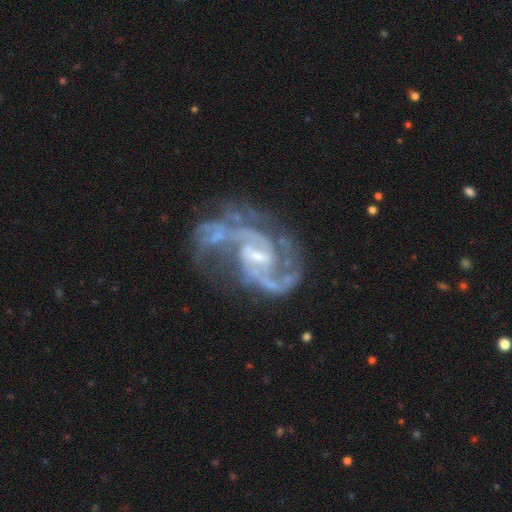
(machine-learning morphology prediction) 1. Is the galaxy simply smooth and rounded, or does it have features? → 90% featured or disk, 6% star or artifact, 3% smooth.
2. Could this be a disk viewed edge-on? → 98% no, 2% yes.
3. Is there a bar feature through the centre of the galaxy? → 55% weak, 23% strong, 22% no.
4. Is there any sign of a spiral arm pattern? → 97% yes, 3% no.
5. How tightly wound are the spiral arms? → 54% medium, 24% tight, 22% loose.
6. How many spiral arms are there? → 72% 2, 9% can't tell, 9% 3, 4% 1, 3% 4, 3% more than 4.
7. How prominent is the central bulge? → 60% small, 26% moderate, 11% none, 2% large, 1% dominant.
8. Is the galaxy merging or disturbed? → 38% none, 25% major disturbance, 19% minor disturbance, 19% merger.